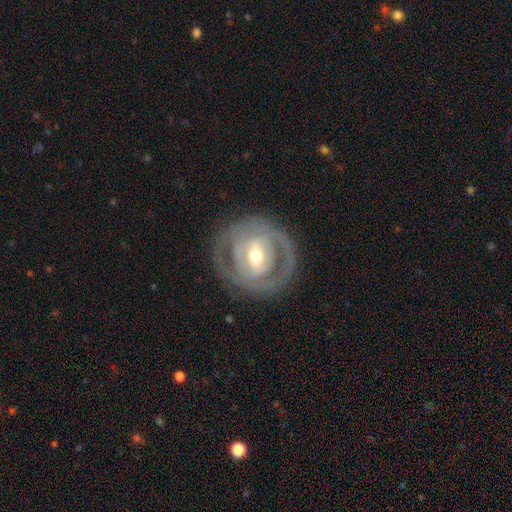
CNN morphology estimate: A featured or disk galaxy (76%) with a weak bar (38%), spiral arms (51%) and a moderate central bulge (63%).

Vote fractions:
- Smooth or featured? featured or disk: 76% / smooth: 19% / star or artifact: 5%
- Edge-on disk? no: 94% / yes: 6%
- Bar? weak: 38% / strong: 37% / no: 25%
- Spiral arms? yes: 51% / no: 49%
- Bulge size? moderate: 63% / small: 29% / large: 6% / dominant: 1% / none: 1%
- Merging? none: 77% / minor disturbance: 13% / major disturbance: 8% / merger: 1%